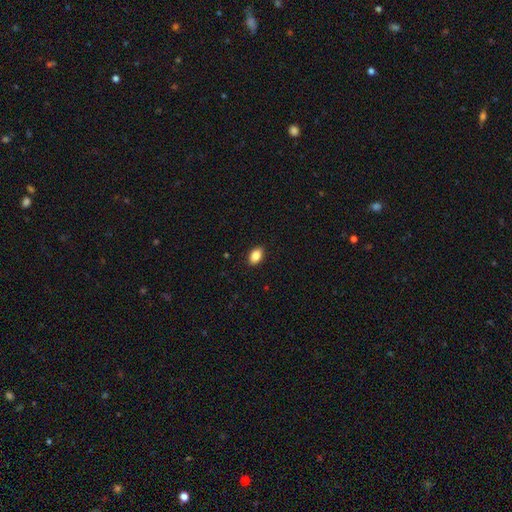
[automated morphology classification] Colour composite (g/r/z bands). It shows a smooth galaxy with no disk features (87%) that is in between round and cigar-shaped (87%). Merging: none (89%).